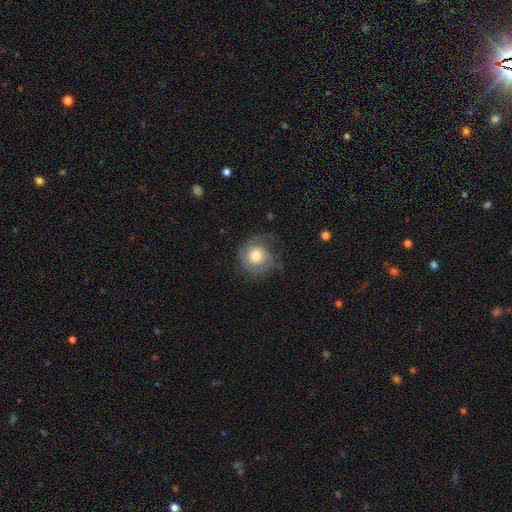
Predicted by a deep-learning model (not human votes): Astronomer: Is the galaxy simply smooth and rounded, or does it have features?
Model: smooth — 49% (runner-up: featured or disk, 43%).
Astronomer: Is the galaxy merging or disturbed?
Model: none — 59%.